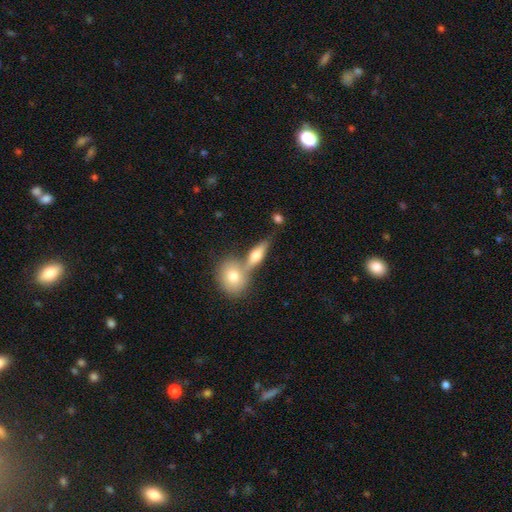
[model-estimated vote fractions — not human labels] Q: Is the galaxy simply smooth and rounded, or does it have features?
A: smooth — 50%.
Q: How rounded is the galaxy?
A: in between — 54%.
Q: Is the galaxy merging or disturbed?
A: none — 49%.